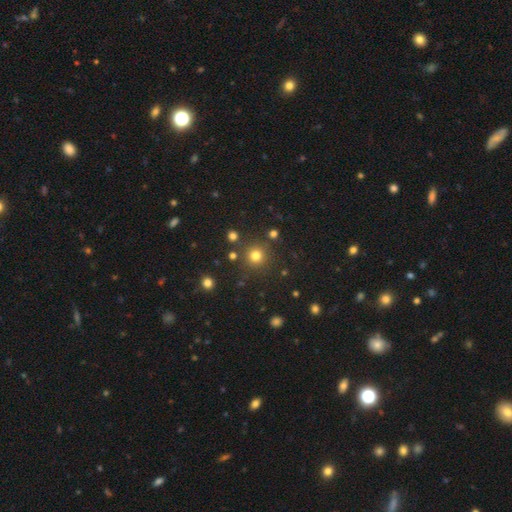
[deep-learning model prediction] A smooth galaxy with no disk features (78%) that is round (94%).

Vote fractions:
- Smooth or featured? smooth: 78% / star or artifact: 16% / featured or disk: 6%
- How rounded? round: 94% / in between: 5% / cigar-shaped: 1%
- Merging? none: 86% / minor disturbance: 7% / merger: 4% / major disturbance: 3%